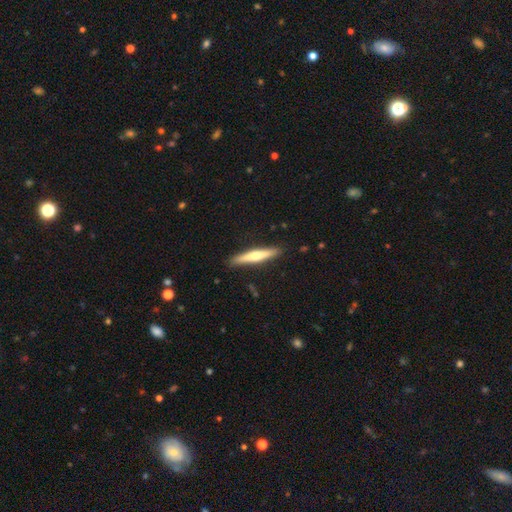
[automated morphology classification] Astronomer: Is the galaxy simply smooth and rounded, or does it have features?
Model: featured or disk — 48% (runner-up: smooth, 47%).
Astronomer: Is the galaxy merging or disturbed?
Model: none — 90%.